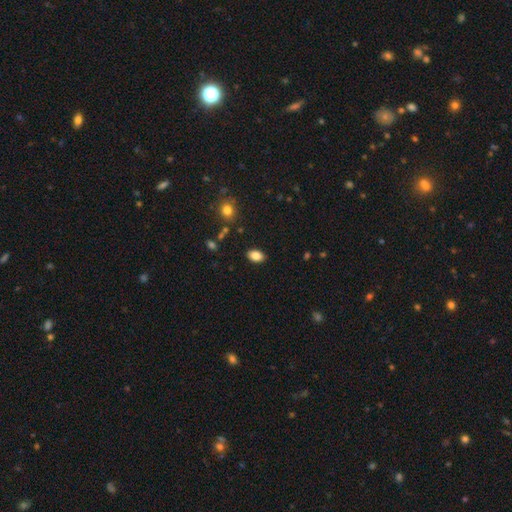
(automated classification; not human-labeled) Q: Smooth or featured?
A: smooth (84%); runner-up: star or artifact (9%)
Q: How rounded?
A: in between (89%); runner-up: round (9%)
Q: Merging?
A: none (88%); runner-up: minor disturbance (8%)